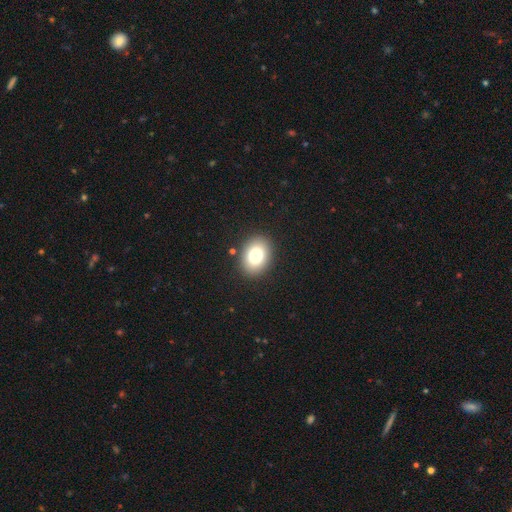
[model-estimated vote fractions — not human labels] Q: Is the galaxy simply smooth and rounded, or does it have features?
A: smooth — 81%.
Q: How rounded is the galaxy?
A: in between — 68%.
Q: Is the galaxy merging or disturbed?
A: none — 88%.